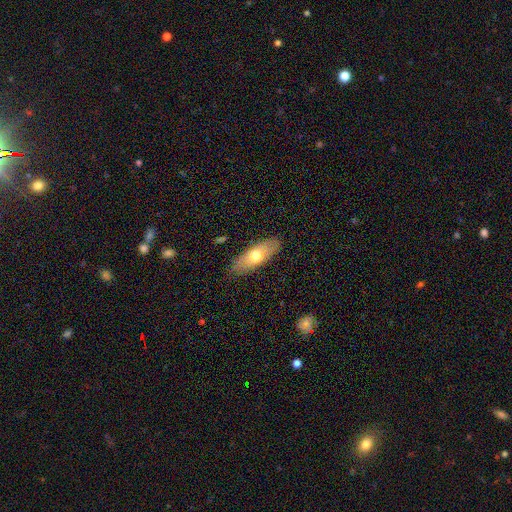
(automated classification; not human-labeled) smooth 63%, featured or disk 30%, star or artifact 6%. Down the decision tree: how rounded — in between (67%); merging — none (86%).